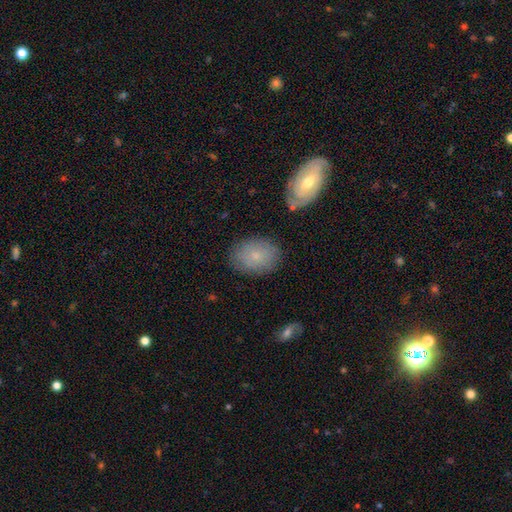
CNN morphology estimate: A smooth galaxy with no disk features (71%) that is in between round and cigar-shaped (77%). Merging: none (80%).